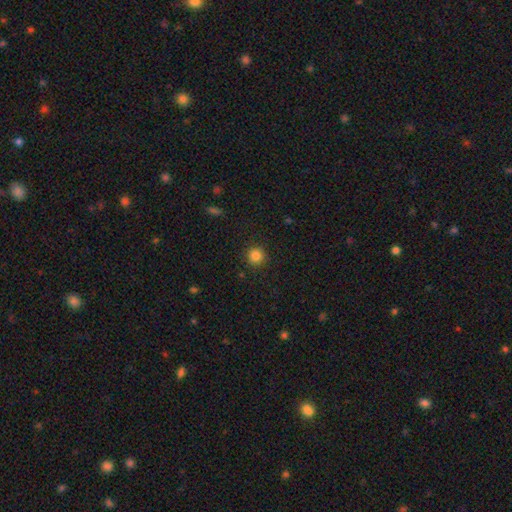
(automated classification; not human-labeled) Smooth or featured? smooth (84%)
How rounded? round (94%)
Merging? none (91%)